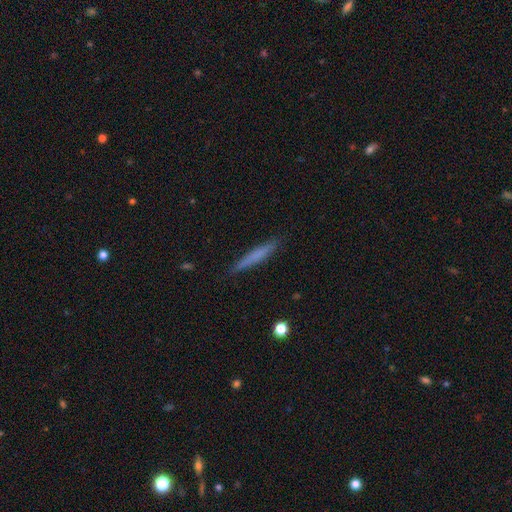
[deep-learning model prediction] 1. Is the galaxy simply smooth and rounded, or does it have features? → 65% smooth, 28% featured or disk, 7% star or artifact.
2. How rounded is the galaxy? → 95% cigar-shaped, 4% in between, 1% round.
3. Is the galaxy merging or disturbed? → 88% none, 9% minor disturbance, 2% major disturbance, 1% merger.